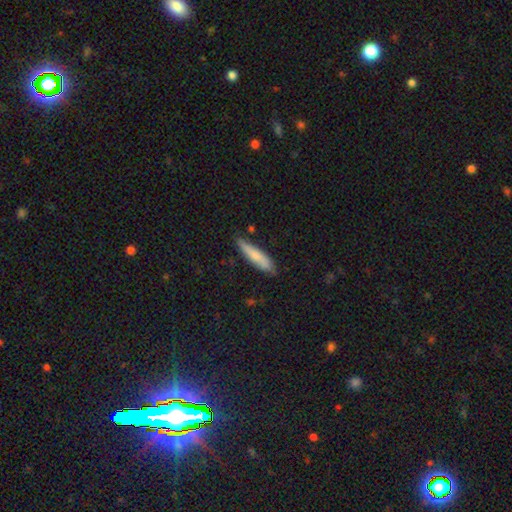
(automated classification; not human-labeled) The model was most divided on "merging": none: 72%, minor disturbance: 22%, major disturbance: 4%, merger: 2%. More confident: how rounded — cigar-shaped (77%); smooth or featured — smooth (74%).